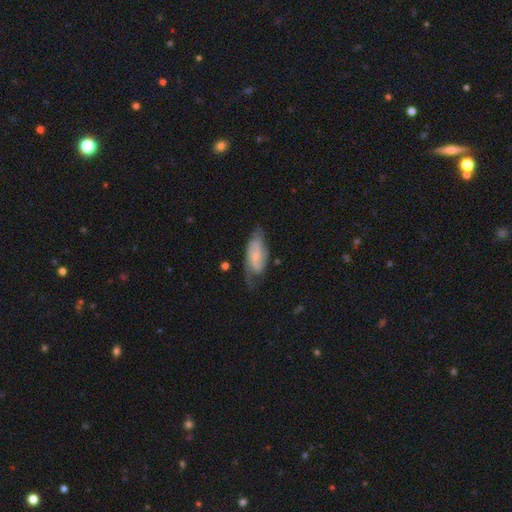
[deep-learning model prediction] Smooth or featured?
  - featured or disk: 62% *
  - smooth: 32%
  - star or artifact: 6%
Edge-on disk?
  - no: 91% *
  - yes: 9%
Bar?
  - no: 52% *
  - weak: 38%
  - strong: 10%
Spiral arms?
  - yes: 90% *
  - no: 10%
Spiral winding?
  - medium: 44% *
  - tight: 30%
  - loose: 26%
Spiral arm count?
  - 2: 64% *
  - can't tell: 20%
  - 3: 6%
  - 1: 6%
  - 4: 2%
  - more than 4: 2%
Bulge size?
  - small: 56% *
  - moderate: 24%
  - none: 16%
  - large: 3%
  - dominant: 1%
Merging?
  - none: 56% *
  - minor disturbance: 28%
  - major disturbance: 13%
  - merger: 2%